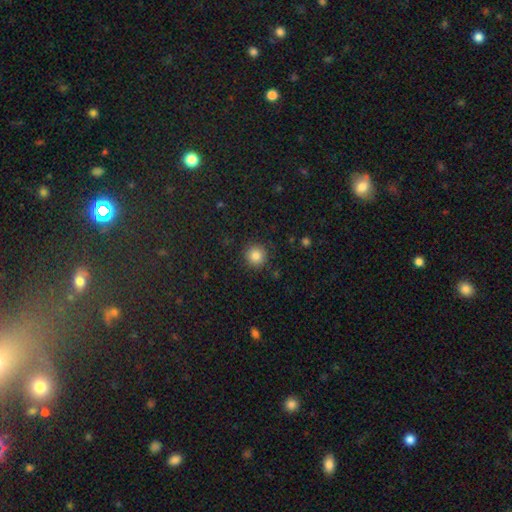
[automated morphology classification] smooth 84%, star or artifact 11%, featured or disk 5%. Down the decision tree: how rounded — round (94%); merging — none (90%).